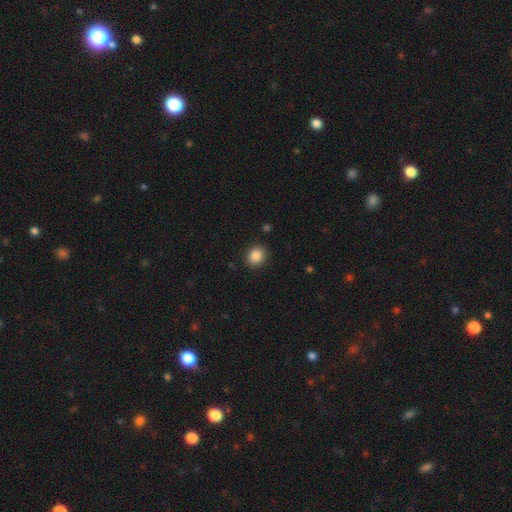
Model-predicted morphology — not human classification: Overall: smooth (86%). How rounded: round (67%; in between 32%). Merging: none (89%).